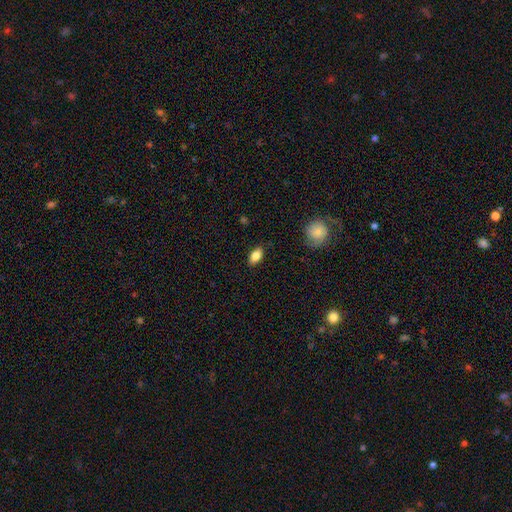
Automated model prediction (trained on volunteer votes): Overall: smooth (83%). How rounded: in between (89%). Merging: none (86%).